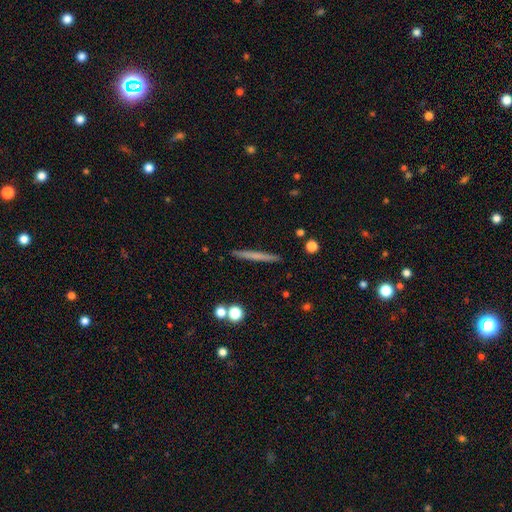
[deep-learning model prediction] This appears to be a smooth galaxy with no disk features (57%) that is cigar-shaped (96%). Merging: none (91%).